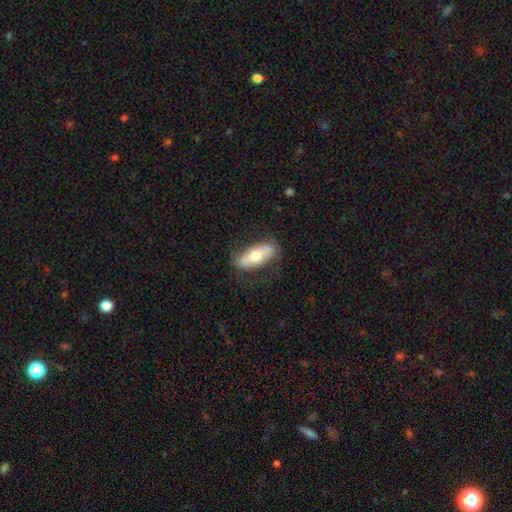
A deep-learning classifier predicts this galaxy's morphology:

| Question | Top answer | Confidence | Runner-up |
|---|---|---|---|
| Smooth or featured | smooth | 60% | featured or disk (34%) |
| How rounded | in between | 77% | cigar-shaped (20%) |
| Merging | none | 79% | minor disturbance (15%) |